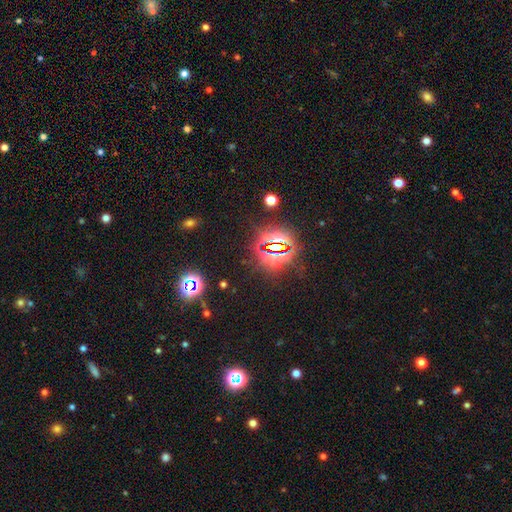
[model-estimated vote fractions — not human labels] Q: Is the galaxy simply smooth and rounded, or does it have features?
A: star or artifact — 81%.